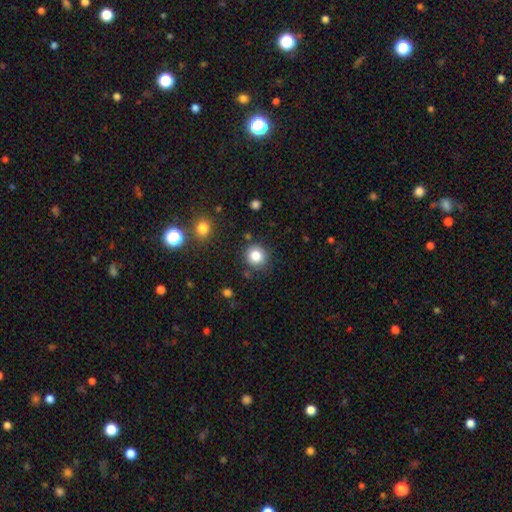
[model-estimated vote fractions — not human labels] smooth-or-featured: smooth: 82% | star or artifact: 11% | featured or disk: 7%
  how-rounded: round: 89% | in between: 11% | cigar-shaped: 1%
  merging: none: 85% | minor disturbance: 9% | major disturbance: 3% | merger: 3%